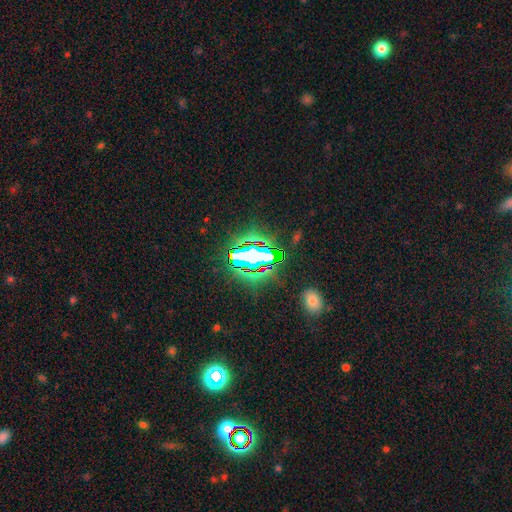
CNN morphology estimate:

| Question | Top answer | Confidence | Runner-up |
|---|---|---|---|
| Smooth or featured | star or artifact | 70% | featured or disk (16%) |